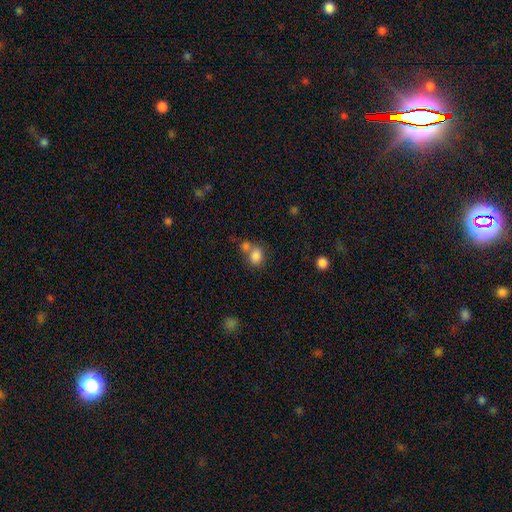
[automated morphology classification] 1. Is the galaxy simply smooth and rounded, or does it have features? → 82% smooth, 10% star or artifact, 8% featured or disk.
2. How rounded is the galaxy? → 50% in between, 49% round, 1% cigar-shaped.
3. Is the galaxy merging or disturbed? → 42% none (tied), 42% merger (tied), 11% minor disturbance, 5% major disturbance.